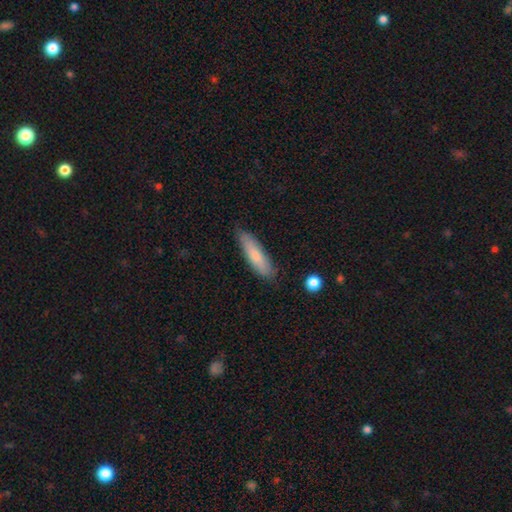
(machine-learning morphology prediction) Overall: smooth (76%). How rounded: cigar-shaped (69%; in between 30%). Merging: none (81%).